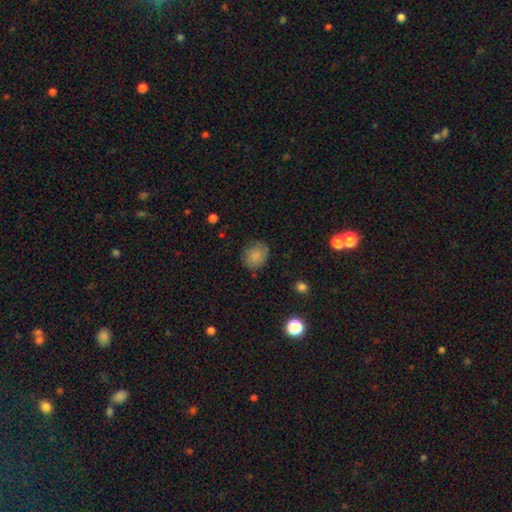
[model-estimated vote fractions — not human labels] The model was most divided on "how rounded": round: 54%, in between: 45%, cigar-shaped: 1%. More confident: smooth or featured — smooth (84%); merging — none (75%).